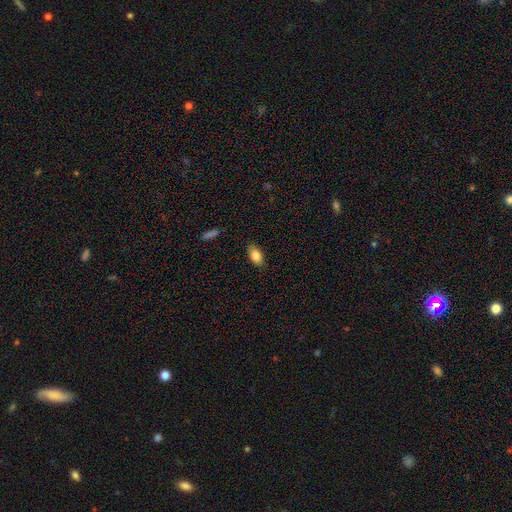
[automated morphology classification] Smooth or featured?
  - smooth: 85% *
  - featured or disk: 8%
  - star or artifact: 7%
How rounded?
  - in between: 90% *
  - round: 5%
  - cigar-shaped: 5%
Merging?
  - none: 84% *
  - minor disturbance: 12%
  - major disturbance: 3%
  - merger: 1%